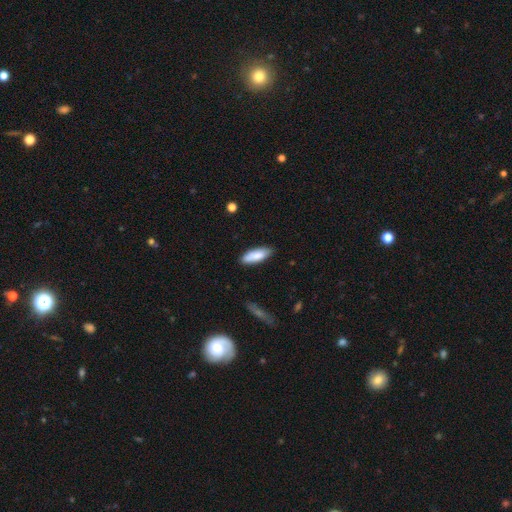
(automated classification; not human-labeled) Smooth or featured? Predicted: smooth (p=0.85). How rounded? Predicted: in between (p=0.67). Merging? Predicted: none (p=0.82).